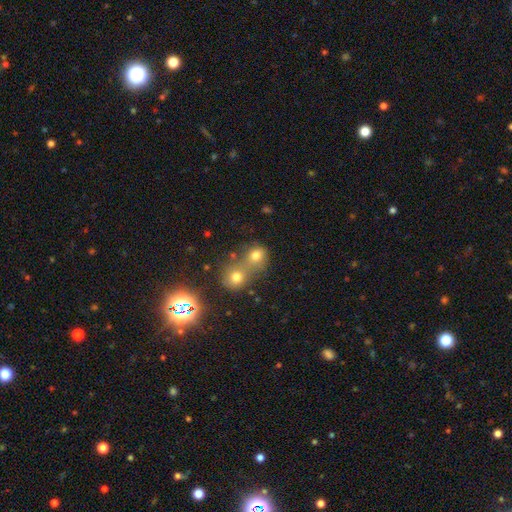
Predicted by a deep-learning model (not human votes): A smooth galaxy with no disk features (73%) that is round (73%).

Vote fractions:
- Smooth or featured? smooth: 73% / star or artifact: 17% / featured or disk: 11%
- How rounded? round: 73% / in between: 25% / cigar-shaped: 1%
- Merging? merger: 56% / none: 32% / minor disturbance: 8% / major disturbance: 5%